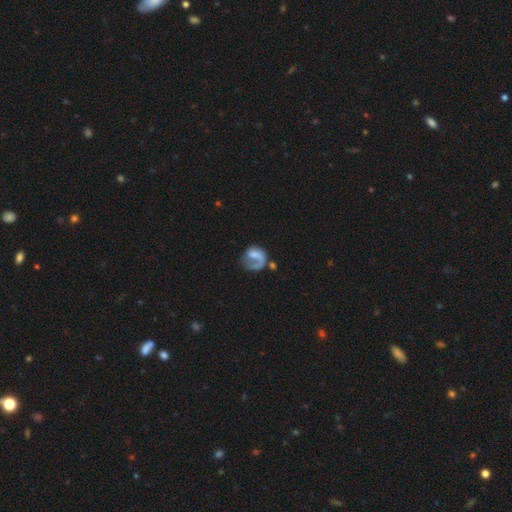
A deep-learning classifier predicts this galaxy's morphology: The model was most divided on "merging": none: 39%, major disturbance: 38%, minor disturbance: 17%, merger: 6%. Remaining: edge-on disk — no (98%); spiral arms — yes (74%); bar — no (62%); smooth or featured — featured or disk (58%); bulge size — none (46%).